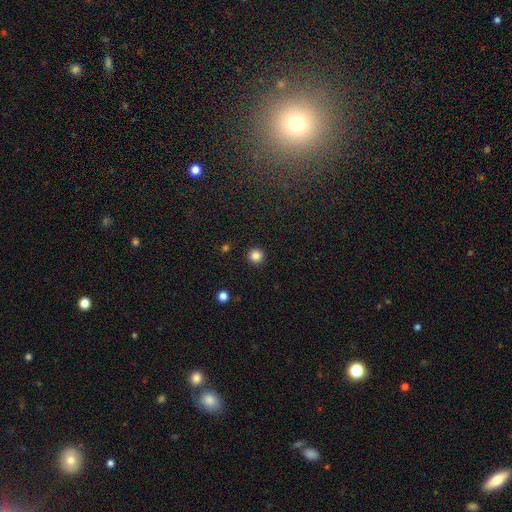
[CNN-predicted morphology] A smooth galaxy with no disk features (85%) that is round (96%).

Vote fractions:
- Smooth or featured? smooth: 85% / star or artifact: 12% / featured or disk: 4%
- How rounded? round: 96% / in between: 3% / cigar-shaped: 1%
- Merging? none: 93% / minor disturbance: 4% / major disturbance: 2% / merger: 1%